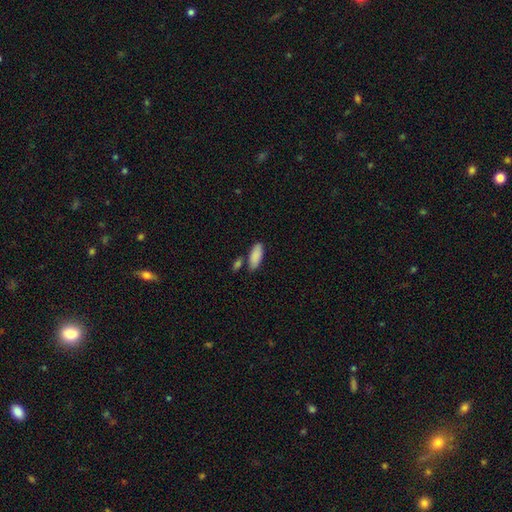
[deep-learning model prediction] The model was most divided on "merging": none: 71%, minor disturbance: 13%, merger: 13%, major disturbance: 3%. More confident: smooth or featured — smooth (89%); how rounded — in between (79%).